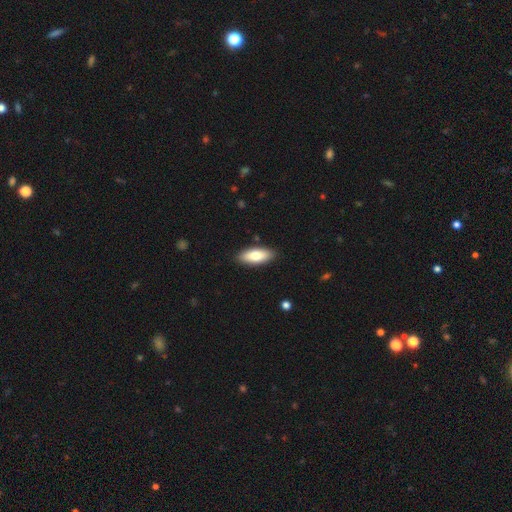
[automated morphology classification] Smooth or featured?
  - smooth: 77% *
  - featured or disk: 17%
  - star or artifact: 6%
How rounded?
  - in between: 79% *
  - cigar-shaped: 19%
  - round: 2%
Merging?
  - none: 89% *
  - minor disturbance: 8%
  - major disturbance: 2%
  - merger: 1%